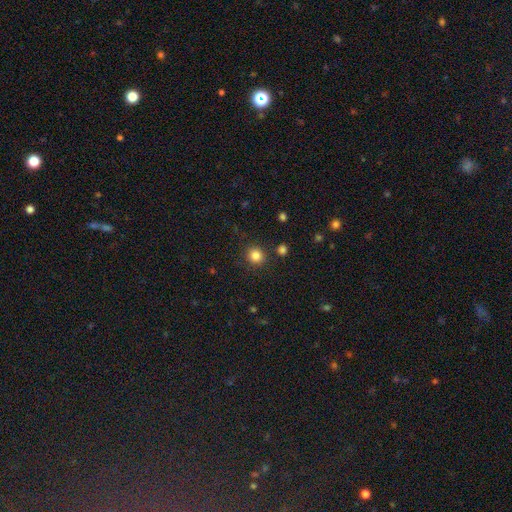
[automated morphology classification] Smooth or featured? smooth (84%)
How rounded? round (91%)
Merging? none (88%)